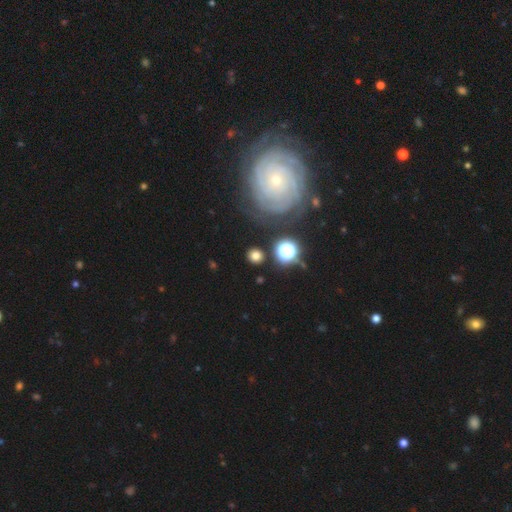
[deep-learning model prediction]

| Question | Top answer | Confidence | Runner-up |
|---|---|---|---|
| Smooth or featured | smooth | 72% | star or artifact (17%) |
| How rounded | round | 86% | in between (13%) |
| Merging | none | 86% | minor disturbance (8%) |